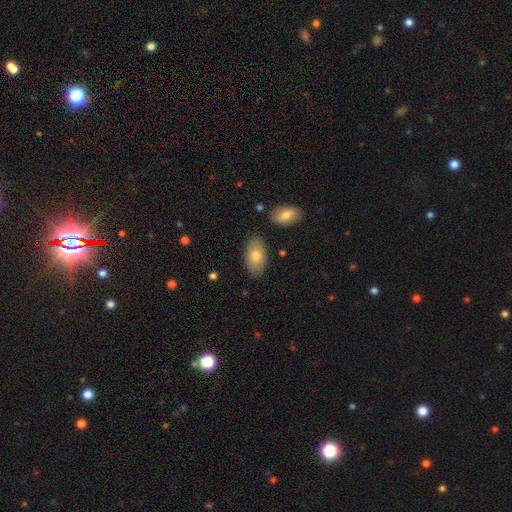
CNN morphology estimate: A smooth galaxy with no disk features (75%) that is in between round and cigar-shaped (94%).

Vote fractions:
- Smooth or featured? smooth: 75% / featured or disk: 19% / star or artifact: 6%
- How rounded? in between: 94% / round: 4% / cigar-shaped: 2%
- Merging? none: 82% / minor disturbance: 12% / merger: 3% / major disturbance: 2%